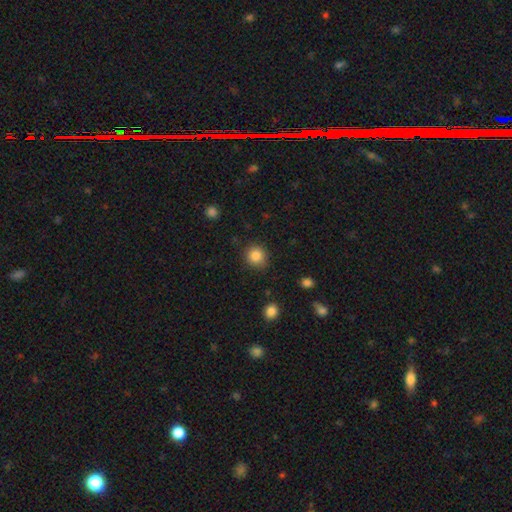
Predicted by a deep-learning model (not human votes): Smooth or featured? Predicted: smooth (p=0.86). How rounded? Predicted: round (p=0.91). Merging? Predicted: none (p=0.85).